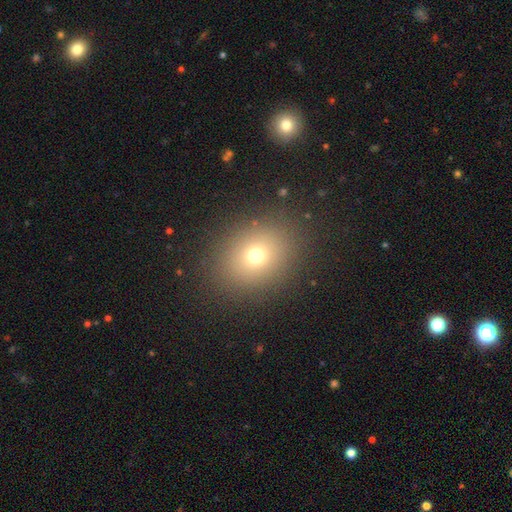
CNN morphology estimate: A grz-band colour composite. It shows a smooth galaxy with no disk features (70%) that is round (56%). Merging: none (87%).